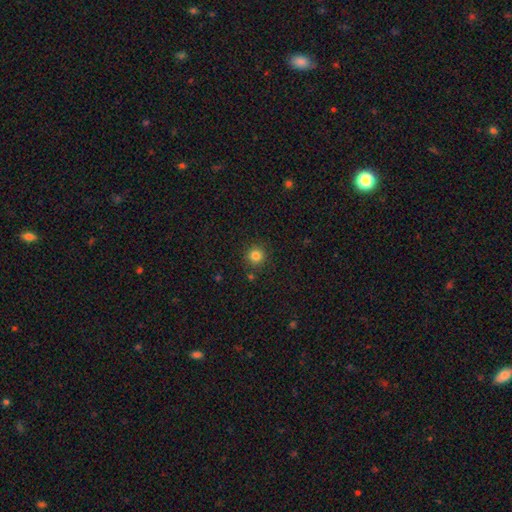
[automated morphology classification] Smooth or featured? smooth (83%)
How rounded? round (94%)
Merging? none (87%)